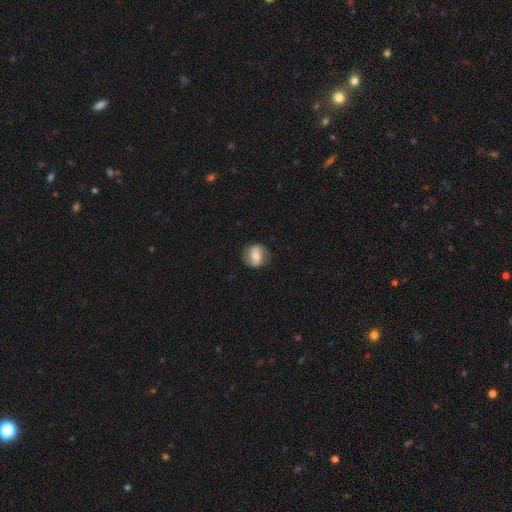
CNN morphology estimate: type=smooth (53%); roundness=round (78%); merging=none (83%).